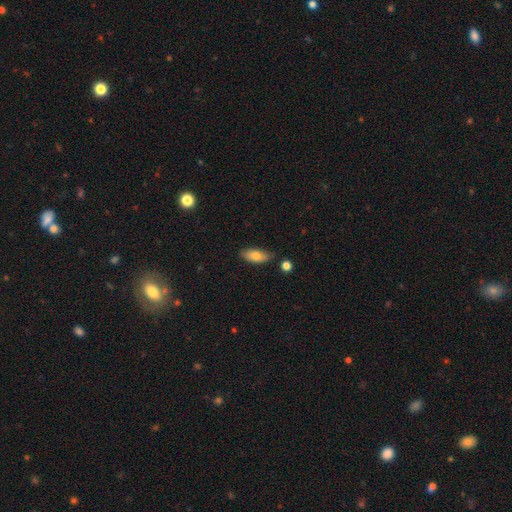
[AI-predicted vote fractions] Smooth or featured? smooth (76%)
How rounded? in between (86%)
Merging? none (77%)